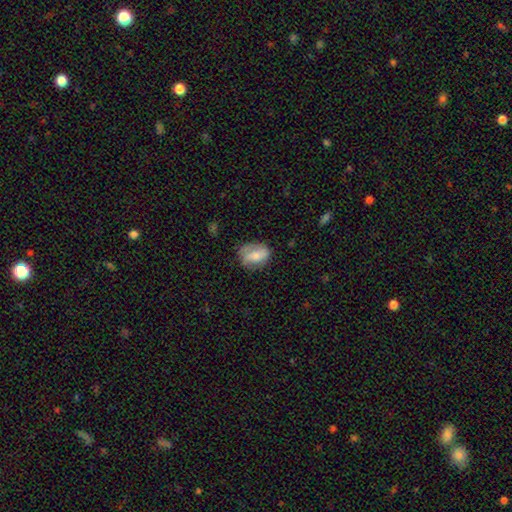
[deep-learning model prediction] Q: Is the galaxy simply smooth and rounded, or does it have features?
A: smooth — 52%.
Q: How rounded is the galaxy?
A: in between — 67%.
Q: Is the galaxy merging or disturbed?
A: none — 68%.